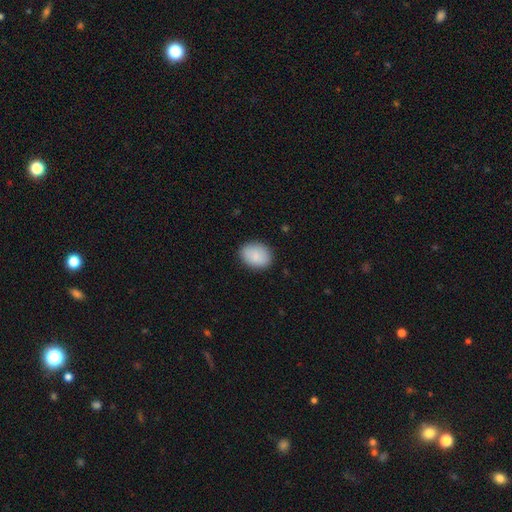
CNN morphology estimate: type=smooth (86%); roundness=in between (63%); merging=none (87%).